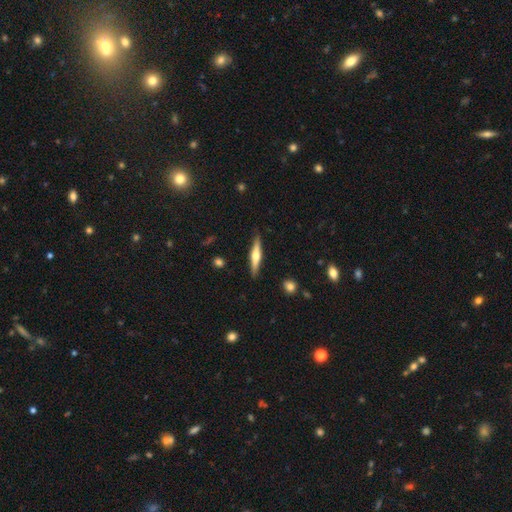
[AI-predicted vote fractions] Smooth or featured?
  - featured or disk: 58% *
  - smooth: 36%
  - star or artifact: 6%
Edge-on disk?
  - yes: 97% *
  - no: 3%
Edge-on bulge?
  - rounded: 87% *
  - boxy: 8%
  - none: 6%
Merging?
  - none: 89% *
  - minor disturbance: 8%
  - major disturbance: 2%
  - merger: 1%